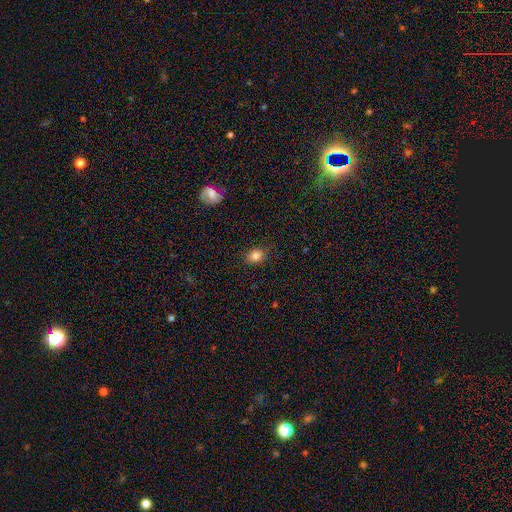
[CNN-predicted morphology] This appears to be a smooth galaxy with no disk features (84%) that is in between round and cigar-shaped (60%). Merging: none (86%).